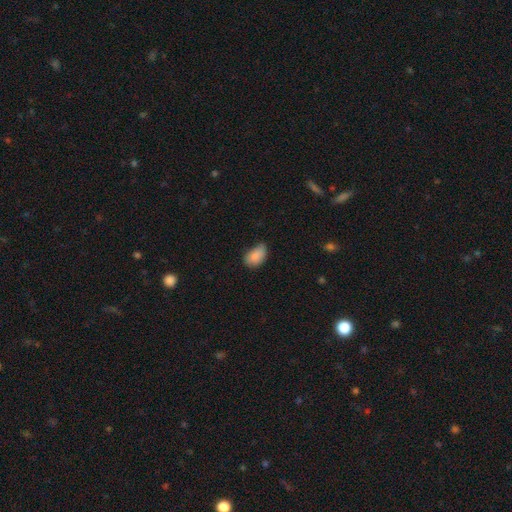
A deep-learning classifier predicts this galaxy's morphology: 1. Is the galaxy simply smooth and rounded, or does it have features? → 85% smooth, 8% featured or disk, 7% star or artifact.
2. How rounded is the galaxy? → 89% in between, 9% round, 1% cigar-shaped.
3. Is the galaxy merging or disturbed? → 54% none, 38% minor disturbance, 6% major disturbance, 2% merger.